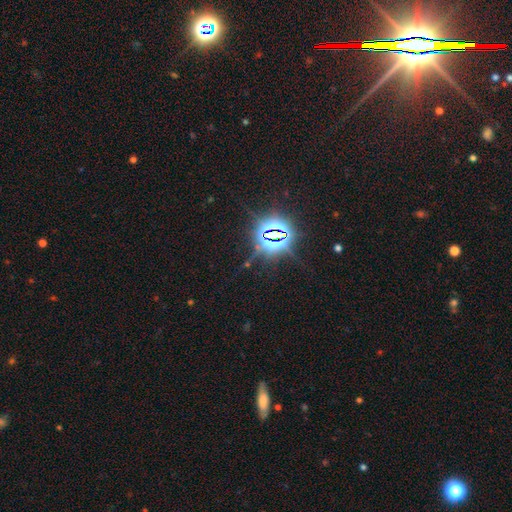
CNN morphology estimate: smooth-or-featured: star or artifact: 83% | smooth: 10% | featured or disk: 7%